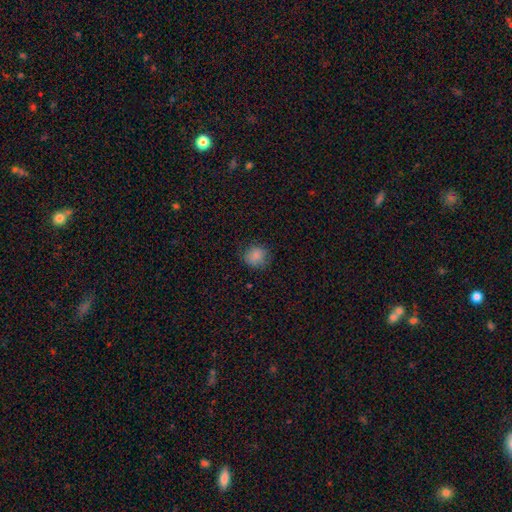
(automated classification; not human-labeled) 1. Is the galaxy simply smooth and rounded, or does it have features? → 85% smooth, 10% star or artifact, 5% featured or disk.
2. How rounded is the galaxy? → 79% round, 20% in between, 1% cigar-shaped.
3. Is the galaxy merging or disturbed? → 78% none, 17% minor disturbance, 5% major disturbance, 1% merger.